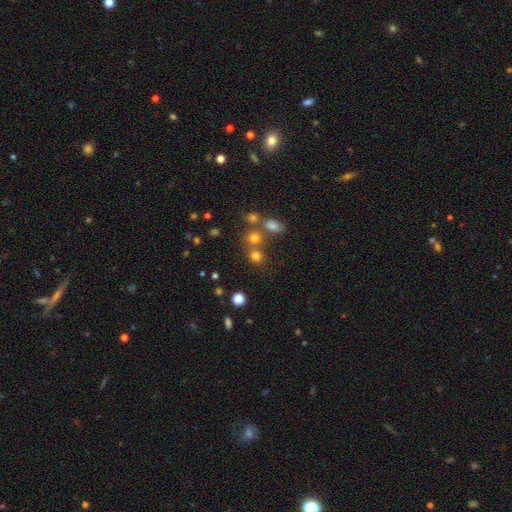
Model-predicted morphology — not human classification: Smooth or featured? smooth (73%)
How rounded? round (83%)
Merging? none (63%)